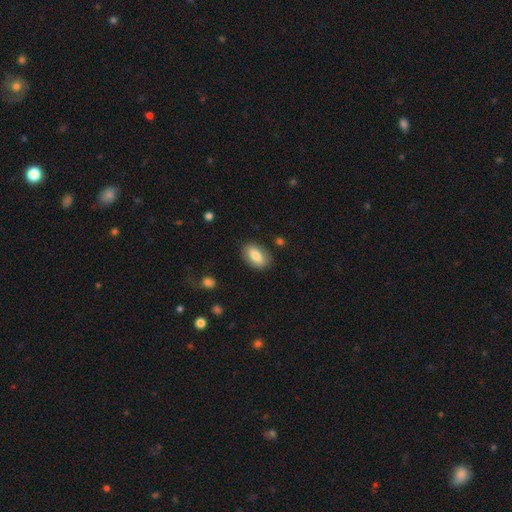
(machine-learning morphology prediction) The model was most divided on "smooth or featured": smooth: 78%, featured or disk: 15%, star or artifact: 7%. More confident: how rounded — in between (89%); merging — none (84%).